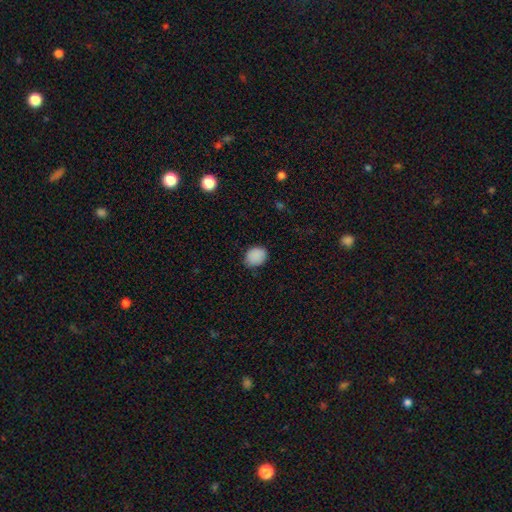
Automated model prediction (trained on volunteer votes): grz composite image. It shows a smooth galaxy with no disk features (88%) that is round (52%). Merging: none (77%).